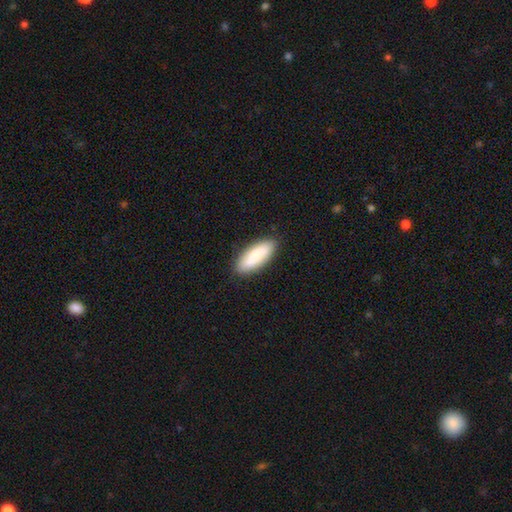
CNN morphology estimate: This appears to be a smooth galaxy with no disk features (84%) that is in between round and cigar-shaped (68%). Merging: none (86%).